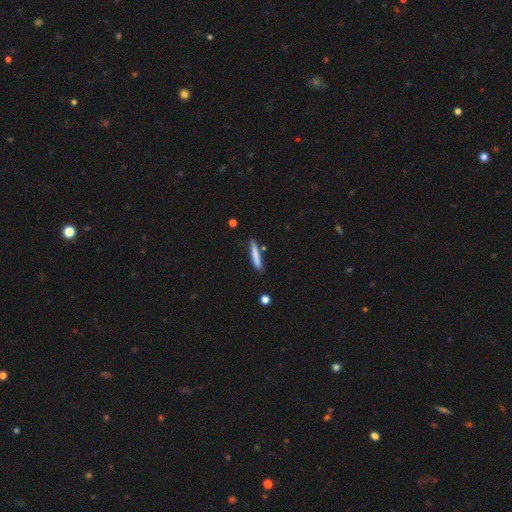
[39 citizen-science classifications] Morphology: type=smooth (82%); roundness=cigar-shaped (94%); merging=none (81%).